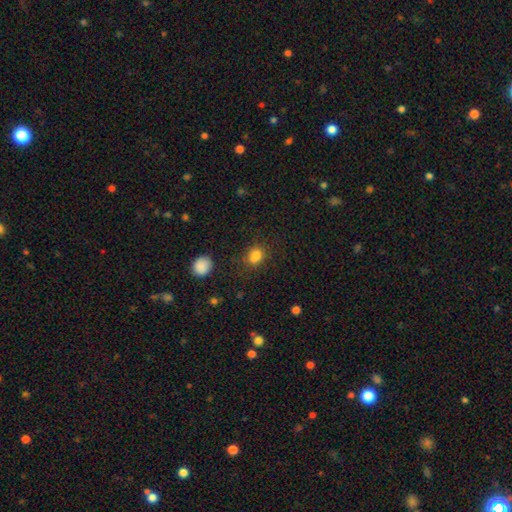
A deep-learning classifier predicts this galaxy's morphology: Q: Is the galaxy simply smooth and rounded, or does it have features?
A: smooth — 82%.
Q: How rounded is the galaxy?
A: in between — 52%.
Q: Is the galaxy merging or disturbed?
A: none — 72%.